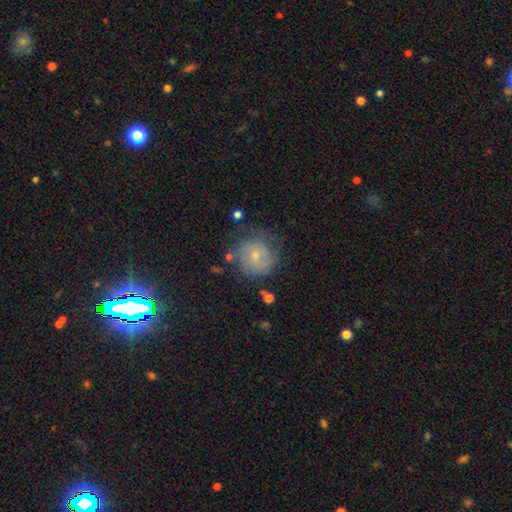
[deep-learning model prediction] The model was most divided on "smooth or featured": smooth: 53%, featured or disk: 37%, star or artifact: 10%. More confident: how rounded — round (88%); merging — none (63%).